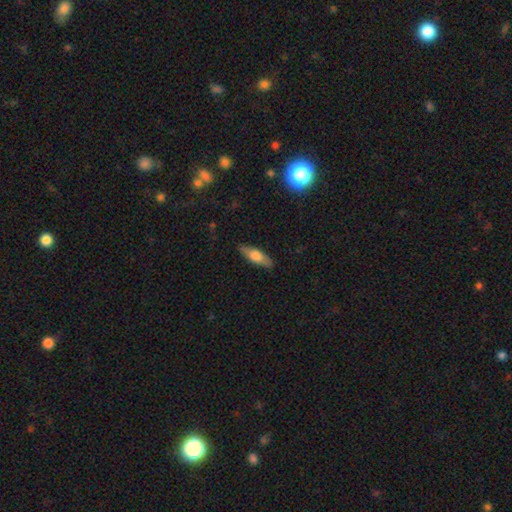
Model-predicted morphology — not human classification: A smooth galaxy with no disk features (59%) that is in between round and cigar-shaped (52%). Merging: none (85%).